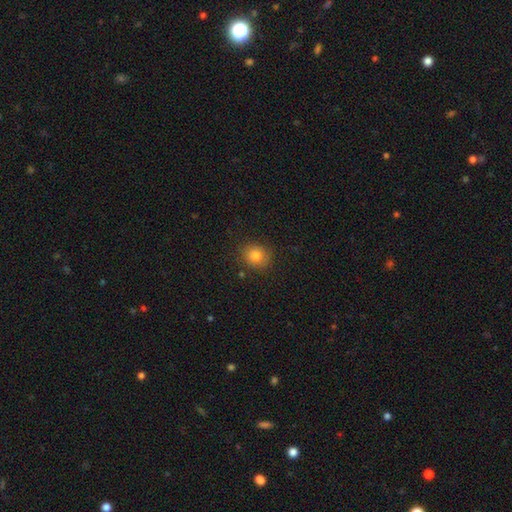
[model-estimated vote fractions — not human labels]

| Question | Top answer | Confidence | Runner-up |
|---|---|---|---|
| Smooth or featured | smooth | 81% | star or artifact (12%) |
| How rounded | round | 82% | in between (17%) |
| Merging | none | 86% | minor disturbance (10%) |